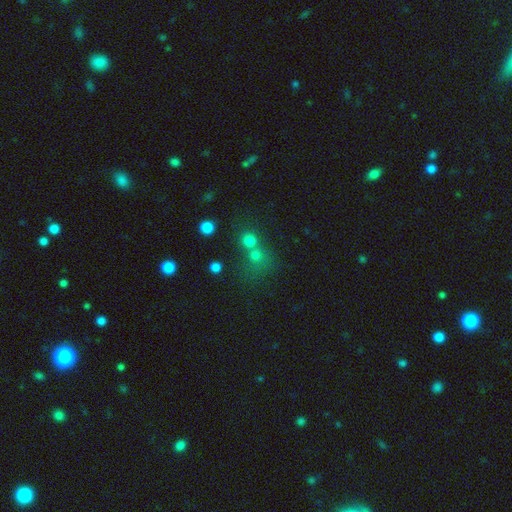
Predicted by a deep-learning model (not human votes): smooth-or-featured: smooth: 71% | star or artifact: 19% | featured or disk: 10%
  how-rounded: round: 85% | in between: 13% | cigar-shaped: 1%
  merging: none: 48% | merger: 41% | minor disturbance: 7% | major disturbance: 5%